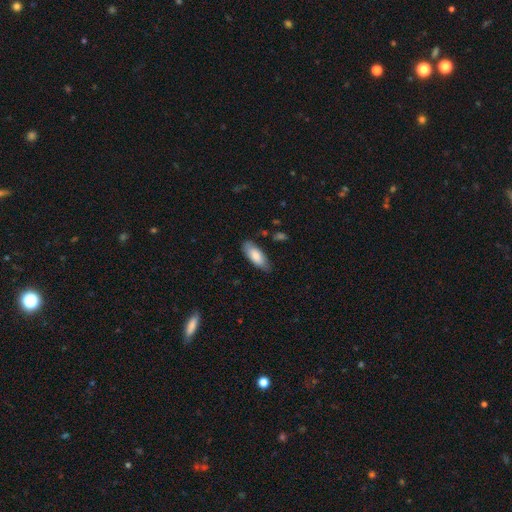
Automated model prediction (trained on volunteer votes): Smooth or featured? smooth (82%)
How rounded? in between (78%)
Merging? none (79%)